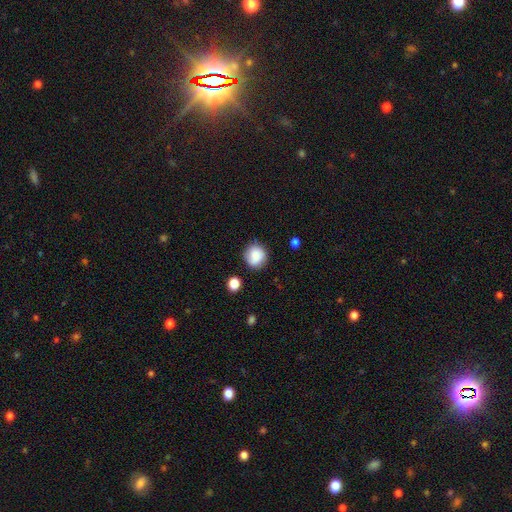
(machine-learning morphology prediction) Smooth or featured? Predicted: smooth (p=0.84). How rounded? Predicted: round (p=0.85). Merging? Predicted: none (p=0.76).